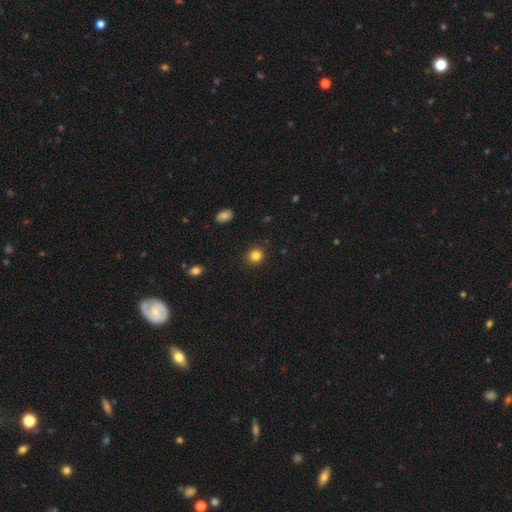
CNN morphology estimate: smooth 84%, star or artifact 11%, featured or disk 5%. Down the decision tree: how rounded — round (82%); merging — none (90%).